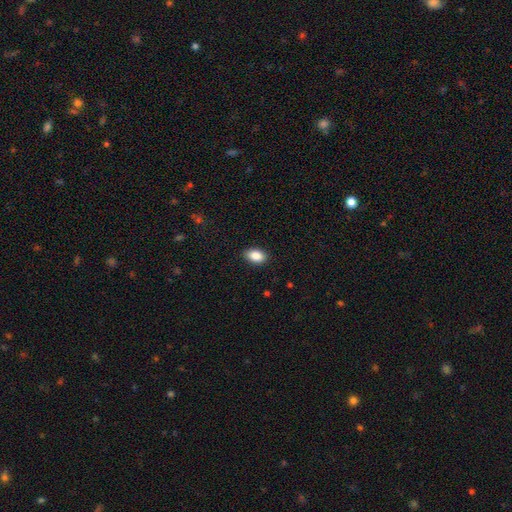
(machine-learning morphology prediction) Smooth or featured? smooth (86%)
How rounded? in between (89%)
Merging? none (88%)